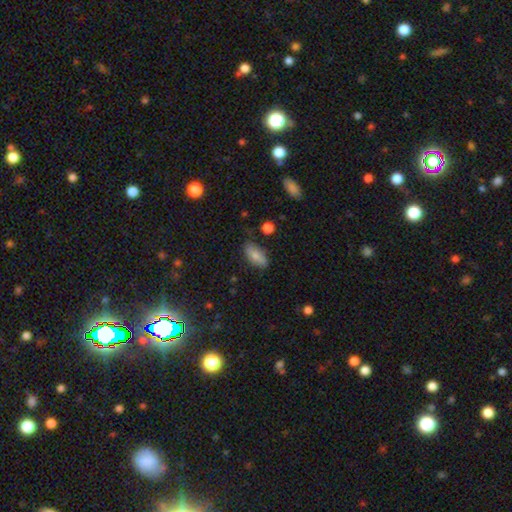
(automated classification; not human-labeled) Overall: smooth (74%). How rounded: in between (87%). Merging: none (76%).